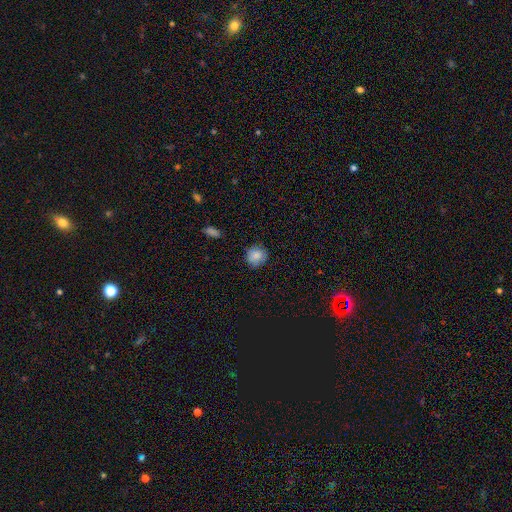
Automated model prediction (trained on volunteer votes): A smooth galaxy with no disk features (86%) that is round (89%). Merging: none (84%).